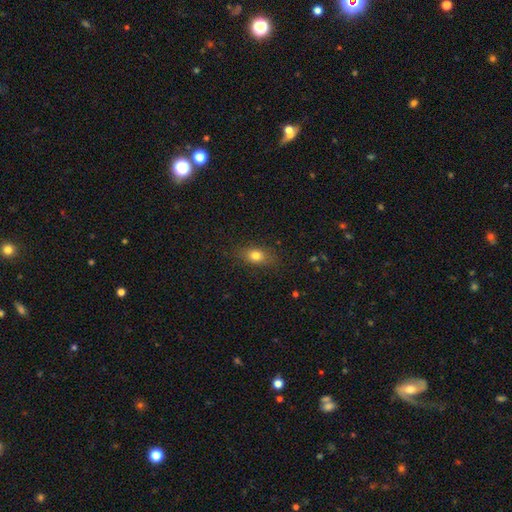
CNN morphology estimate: smooth-or-featured: smooth: 79% | star or artifact: 11% | featured or disk: 10%
  how-rounded: in between: 73% | round: 21% | cigar-shaped: 6%
  merging: none: 80% | minor disturbance: 14% | major disturbance: 4% | merger: 1%